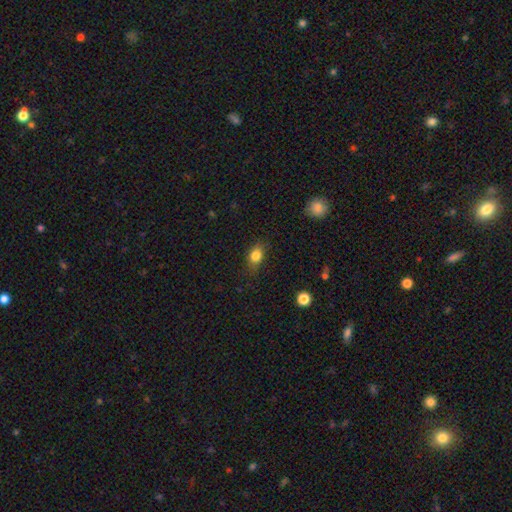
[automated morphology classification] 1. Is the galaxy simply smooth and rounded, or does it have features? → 83% smooth, 10% star or artifact, 8% featured or disk.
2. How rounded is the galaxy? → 70% in between, 27% round, 3% cigar-shaped.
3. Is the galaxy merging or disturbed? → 77% none, 18% minor disturbance, 4% major disturbance, 1% merger.